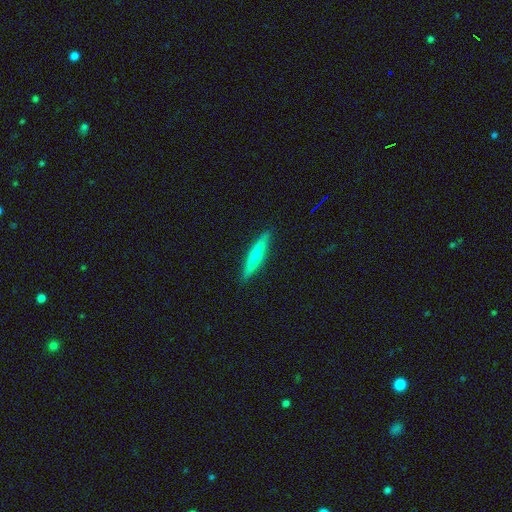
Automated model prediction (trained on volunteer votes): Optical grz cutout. It shows a smooth galaxy with no disk features (60%) that is cigar-shaped (93%). Merging: none (91%).